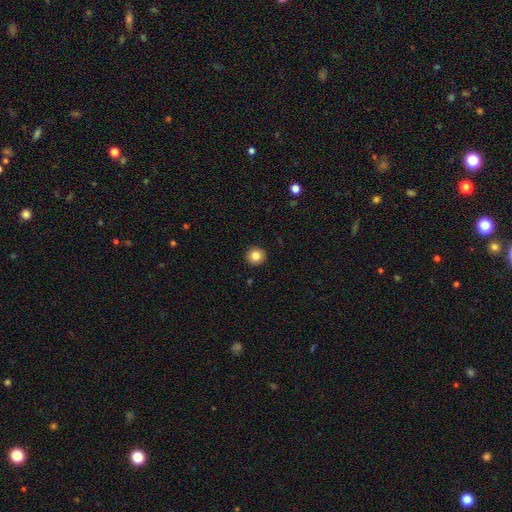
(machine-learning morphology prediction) A smooth galaxy with no disk features (83%) that is round (94%). Merging: none (93%).